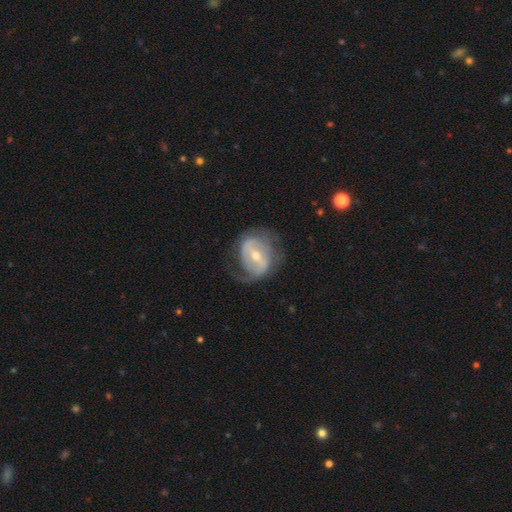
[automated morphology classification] Smooth or featured: featured or disk — 76% (smooth — 18%)
Edge-on disk: no — 96% (yes — 4%)
Bar: weak — 42% (strong — 39%)
Spiral arms: yes — 74% (no — 26%)
Spiral winding: medium — 40% (tight — 33%)
Spiral arm count: 2 — 61% (can't tell — 19%)
Bulge size: moderate — 54% (small — 42%)
Merging: none — 57% (minor disturbance — 21%)